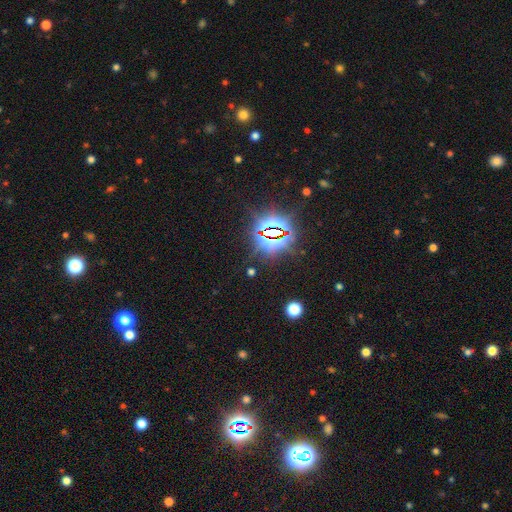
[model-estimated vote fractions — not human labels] This appears to be a star or artifact, not a galaxy (83%).